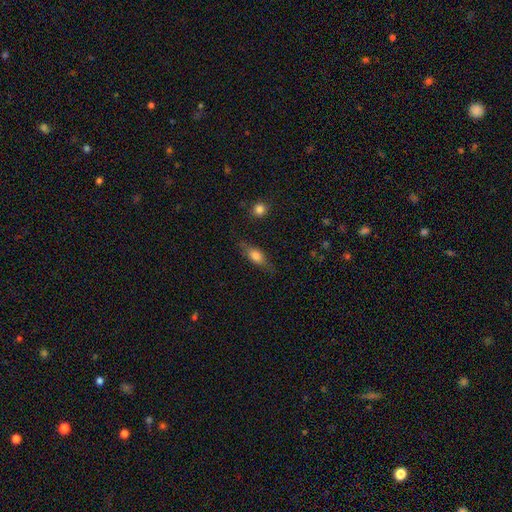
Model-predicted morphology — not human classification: Smooth or featured? Predicted: smooth (p=0.68). How rounded? Predicted: in between (p=0.68). Merging? Predicted: none (p=0.73).